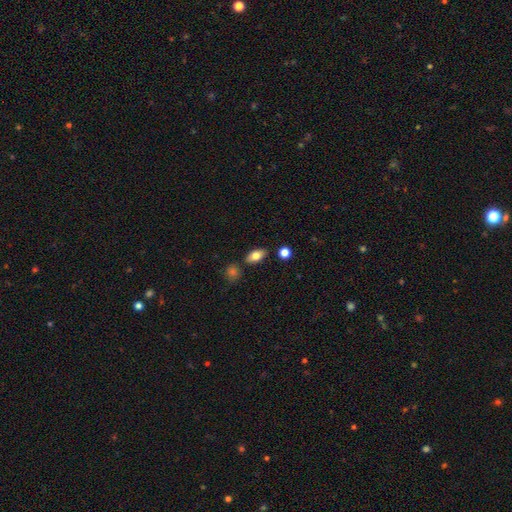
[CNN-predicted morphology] Q: Smooth or featured?
A: smooth (75%); runner-up: featured or disk (17%)
Q: How rounded?
A: in between (86%); runner-up: cigar-shaped (7%)
Q: Merging?
A: none (82%); runner-up: minor disturbance (11%)